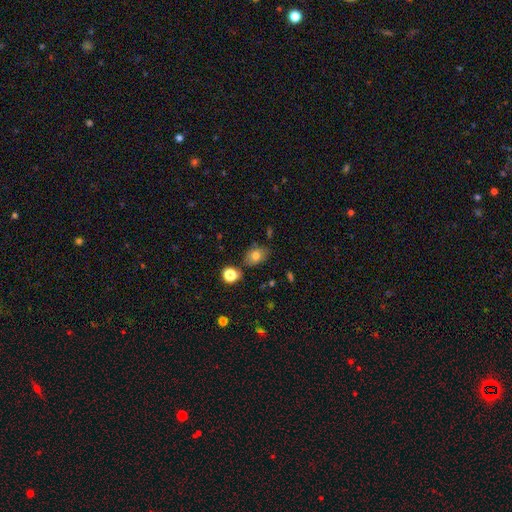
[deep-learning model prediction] A smooth galaxy with no disk features (76%) that is in between round and cigar-shaped (67%).

Vote fractions:
- Smooth or featured? smooth: 76% / featured or disk: 13% / star or artifact: 11%
- How rounded? in between: 67% / round: 31% / cigar-shaped: 1%
- Merging? none: 72% / minor disturbance: 18% / merger: 6% / major disturbance: 4%